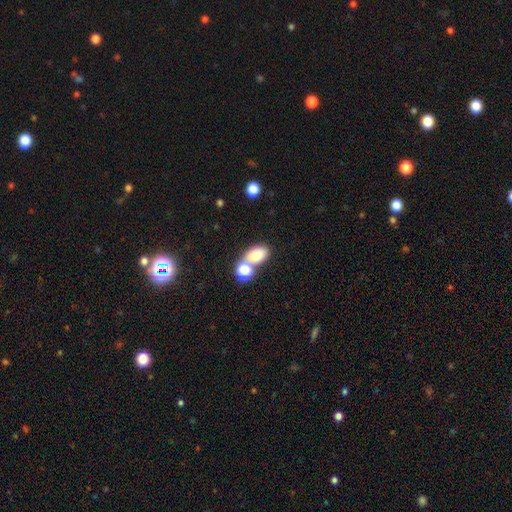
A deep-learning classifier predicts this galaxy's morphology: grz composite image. It shows a smooth galaxy with no disk features (79%) that is in between round and cigar-shaped (81%). Merging: none (45%).